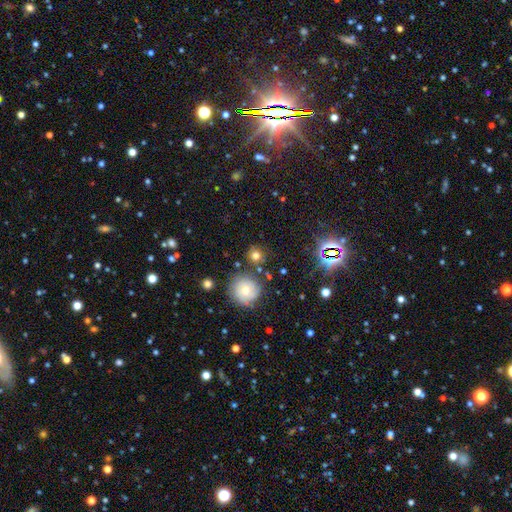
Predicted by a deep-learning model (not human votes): smooth_or_featured: smooth (p=0.69) [alt: star or artifact p=0.17]
how_rounded: round (p=0.91) [alt: in between p=0.08]
merging: none (p=0.80) [alt: minor disturbance p=0.10]